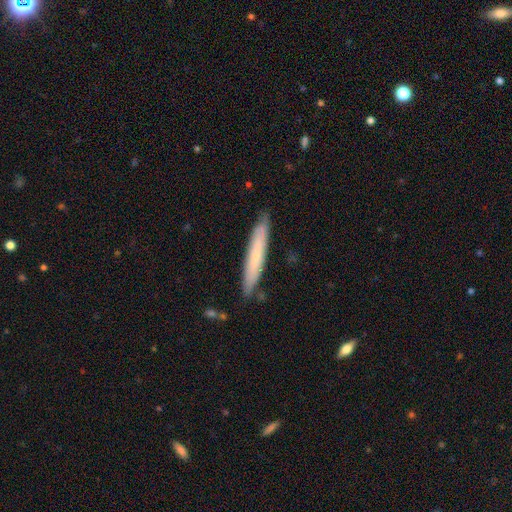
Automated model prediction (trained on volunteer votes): Smooth or featured: smooth — 62% (featured or disk — 32%)
How rounded: cigar-shaped — 94% (in between — 5%)
Merging: none — 84% (minor disturbance — 12%)